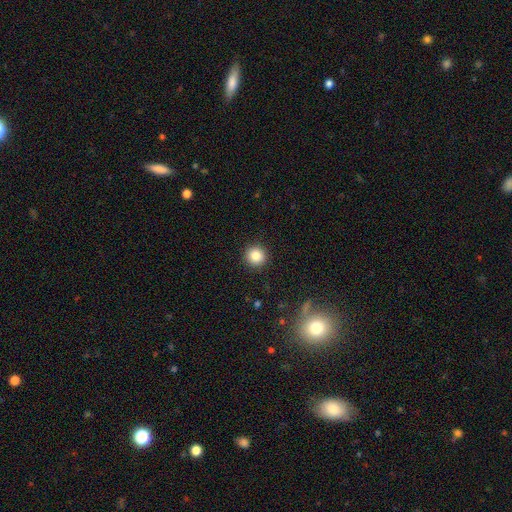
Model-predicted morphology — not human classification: smooth_or_featured: smooth (p=0.85) [alt: star or artifact p=0.10]
how_rounded: round (p=0.95) [alt: in between p=0.04]
merging: none (p=0.92) [alt: minor disturbance p=0.05]